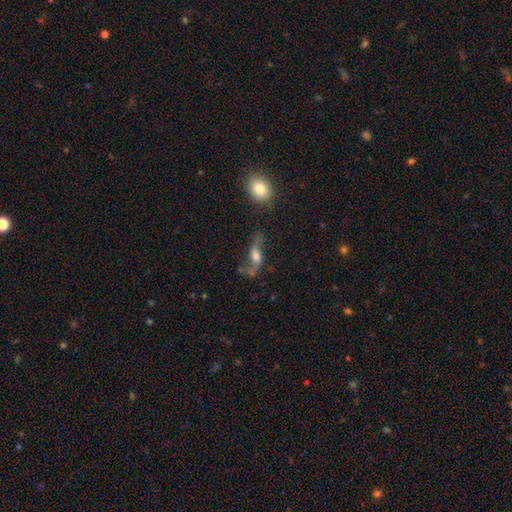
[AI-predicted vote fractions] The model was most divided on "bar": no: 47%, weak: 38%, strong: 15%. Remaining: spiral arms — yes (87%); edge-on disk — no (83%); smooth or featured — featured or disk (67%); merging — none (53%); bulge size — moderate (40%).